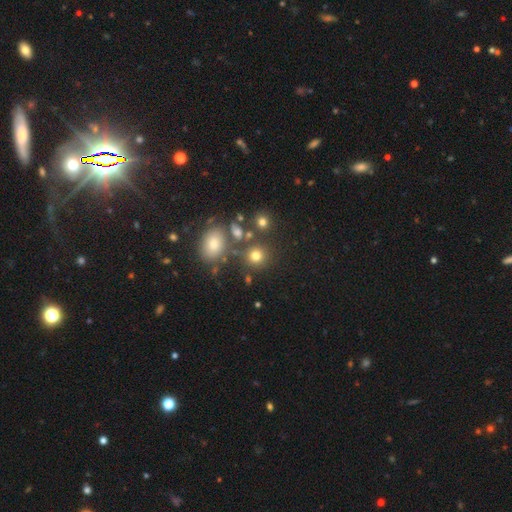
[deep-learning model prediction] Q: Smooth or featured?
A: smooth (75%); runner-up: star or artifact (17%)
Q: How rounded?
A: round (84%); runner-up: in between (15%)
Q: Merging?
A: none (72%); runner-up: merger (14%)